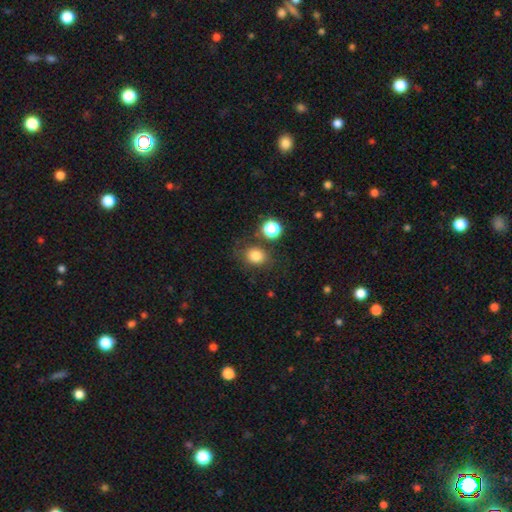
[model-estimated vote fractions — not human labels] Overall: smooth (80%). How rounded: round (59%; in between 40%). Merging: none (71%).